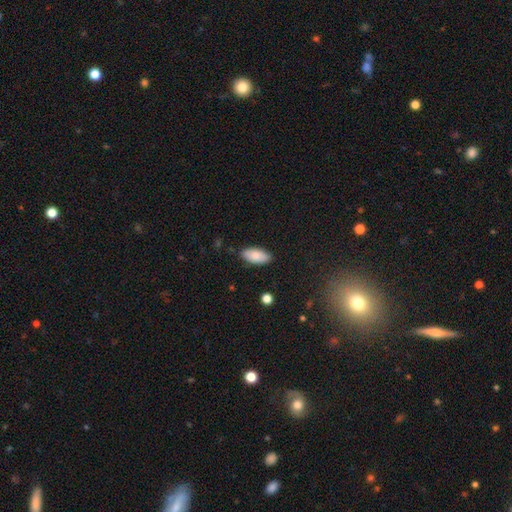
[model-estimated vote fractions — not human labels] This is clearly a smooth galaxy (86%). How rounded: clearly in between (93%). Merging: clearly none (87%).